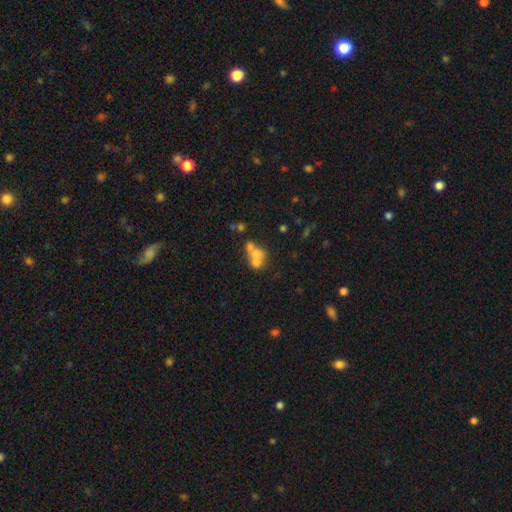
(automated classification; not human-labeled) Smooth or featured? Predicted: smooth (p=0.56). How rounded? Predicted: round (p=0.54). Merging? Predicted: merger (p=0.64).